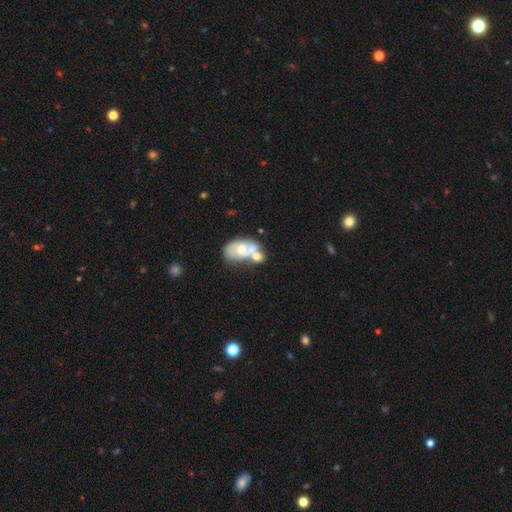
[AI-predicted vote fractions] Smooth or featured: featured or disk — 49% (smooth — 44%)
Merging: merger — 60% (none — 21%)